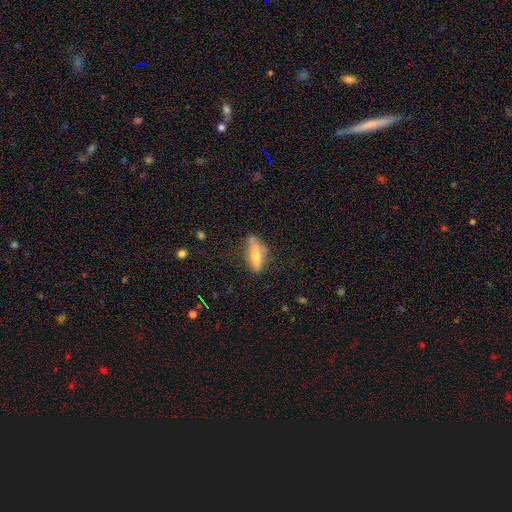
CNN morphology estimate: smooth 58%, featured or disk 34%, star or artifact 9%. Down the decision tree: how rounded — in between (62%); merging — none (61%).